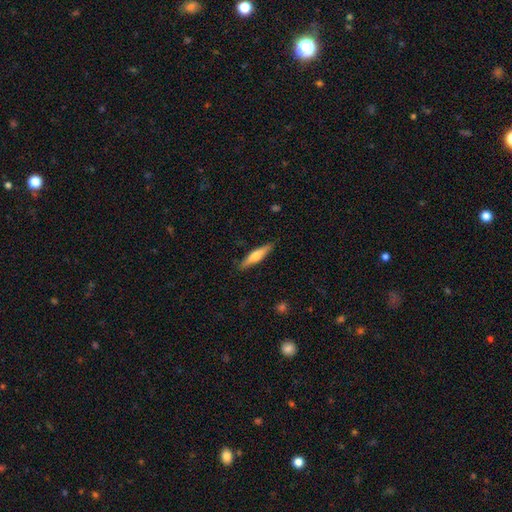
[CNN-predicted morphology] Overall: smooth (48%; featured or disk 46%). Merging: none (89%).